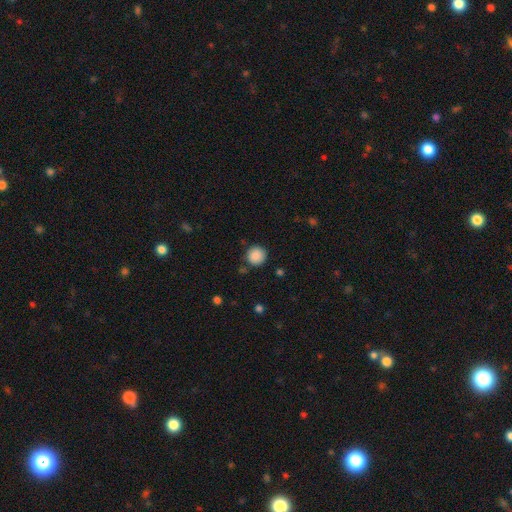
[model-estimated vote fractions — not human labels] This is clearly a smooth galaxy (88%). How rounded: clearly round (94%). Merging: clearly none (86%).